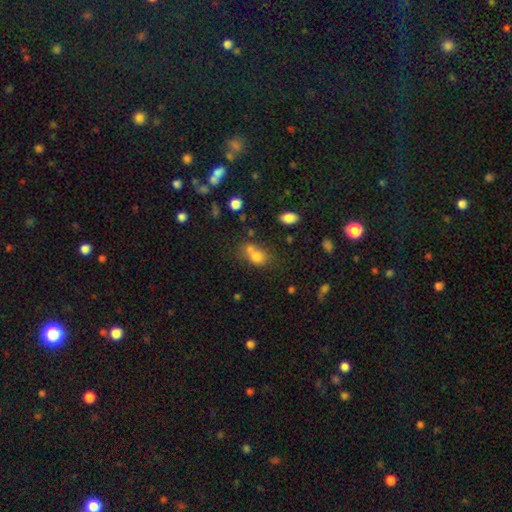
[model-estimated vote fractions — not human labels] smooth-or-featured: smooth: 74% | star or artifact: 14% | featured or disk: 13%
  how-rounded: in between: 63% | round: 34% | cigar-shaped: 3%
  merging: merger: 42% | none: 34% | minor disturbance: 16% | major disturbance: 8%